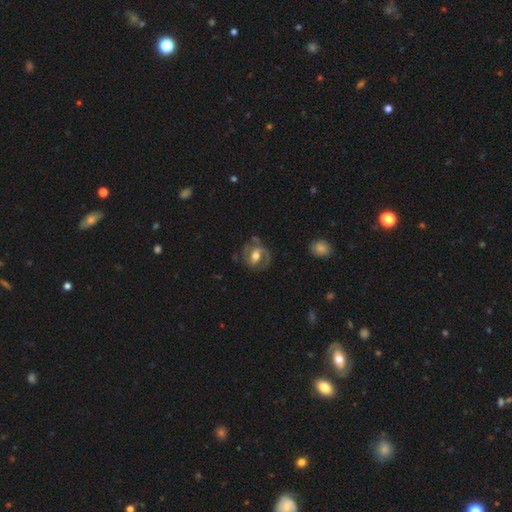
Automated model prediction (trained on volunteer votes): Morphology: type=featured or disk (71%); edge-on=no (96%); bar=weak (41%); spiral arms=yes (83%); winding=medium (50%); arm count=2 (80%); bulge=moderate (69%); merging=none (69%).